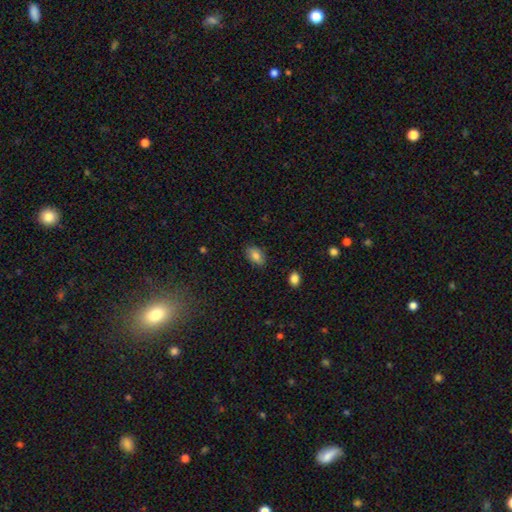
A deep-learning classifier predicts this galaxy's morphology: smooth-or-featured: smooth: 83% | star or artifact: 9% | featured or disk: 8%
  how-rounded: in between: 89% | round: 9% | cigar-shaped: 2%
  merging: none: 84% | minor disturbance: 12% | major disturbance: 3% | merger: 1%